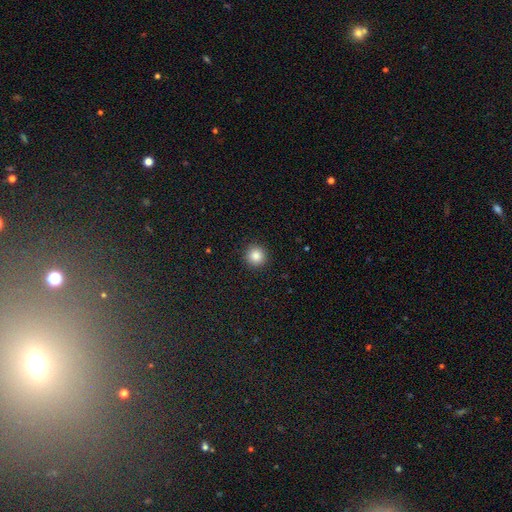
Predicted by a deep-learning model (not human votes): The model was most divided on "smooth or featured": smooth: 85%, star or artifact: 10%, featured or disk: 4%. More confident: how rounded — round (95%); merging — none (92%).